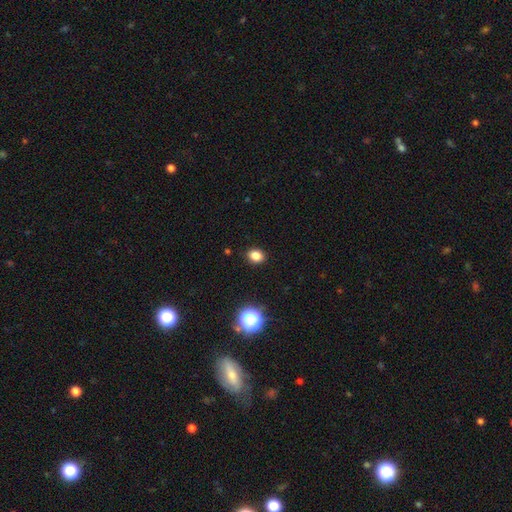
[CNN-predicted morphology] Smooth or featured?
  - smooth: 82% *
  - star or artifact: 13%
  - featured or disk: 4%
How rounded?
  - in between: 54% *
  - round: 44%
  - cigar-shaped: 1%
Merging?
  - none: 90% *
  - minor disturbance: 7%
  - major disturbance: 2%
  - merger: 1%